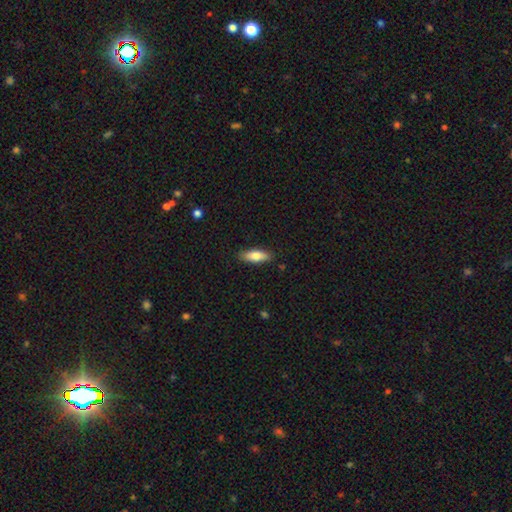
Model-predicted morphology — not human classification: smooth-or-featured: smooth: 77% | featured or disk: 17% | star or artifact: 6%
  how-rounded: in between: 64% | cigar-shaped: 34% | round: 2%
  merging: none: 87% | minor disturbance: 10% | major disturbance: 2% | merger: 1%